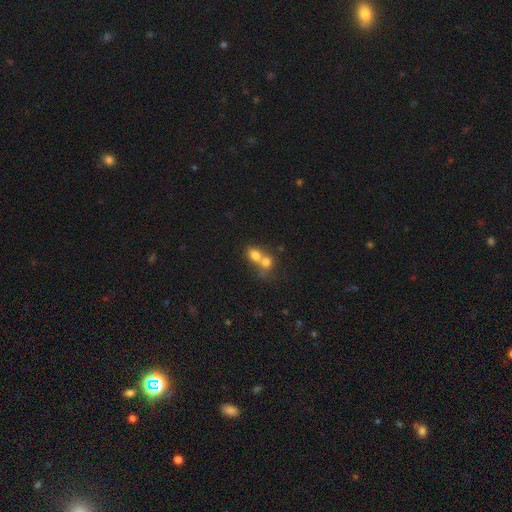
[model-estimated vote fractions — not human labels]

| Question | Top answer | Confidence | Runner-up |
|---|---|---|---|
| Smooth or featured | smooth | 74% | featured or disk (15%) |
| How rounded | in between | 50% | round (49%) |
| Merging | merger | 68% | none (22%) |